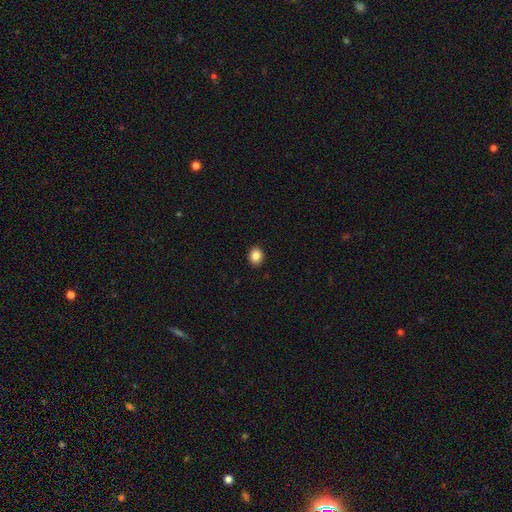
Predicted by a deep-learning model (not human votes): A smooth galaxy with no disk features (87%) that is round (58%).

Vote fractions:
- Smooth or featured? smooth: 87% / star or artifact: 9% / featured or disk: 4%
- How rounded? round: 58% / in between: 41% / cigar-shaped: 1%
- Merging? none: 91% / minor disturbance: 6% / major disturbance: 2% / merger: 1%